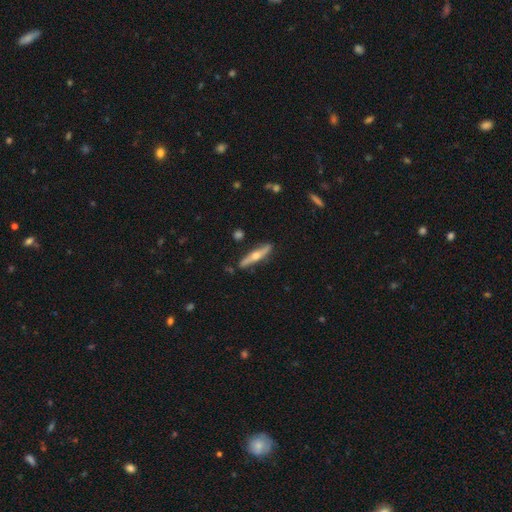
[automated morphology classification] Overall: featured or disk (60%; smooth 35%). Edge-on disk: yes (92%). Edge-on bulge: rounded (93%). Merging: none (85%).